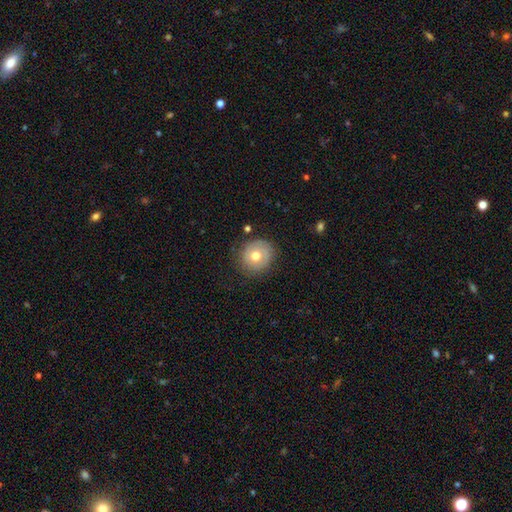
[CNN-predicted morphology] smooth 57%, featured or disk 35%, star or artifact 8%. Down the decision tree: how rounded — round (87%); merging — none (79%).